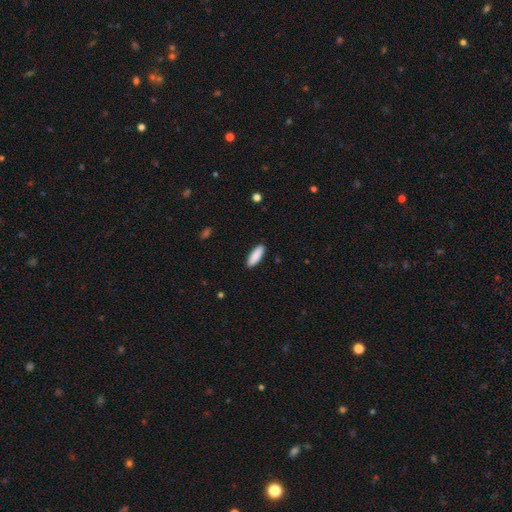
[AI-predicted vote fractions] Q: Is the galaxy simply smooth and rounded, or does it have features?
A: smooth — 90%.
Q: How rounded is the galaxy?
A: in between — 56%.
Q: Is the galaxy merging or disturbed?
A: none — 90%.